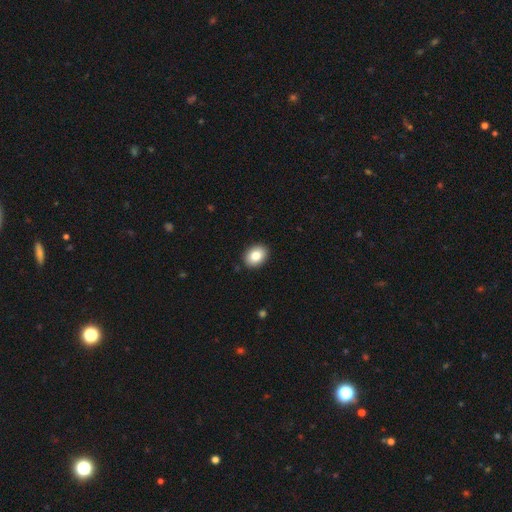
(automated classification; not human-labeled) smooth_or_featured: smooth (p=0.85) [alt: star or artifact p=0.08]
how_rounded: in between (p=0.68) [alt: round p=0.31]
merging: none (p=0.91) [alt: minor disturbance p=0.06]